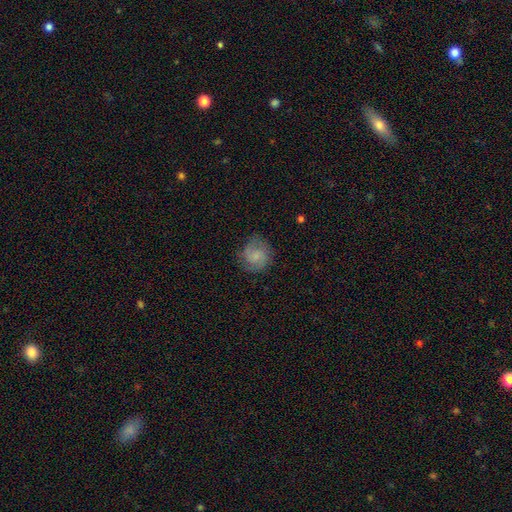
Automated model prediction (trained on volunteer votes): Smooth or featured?
  - smooth: 59% *
  - featured or disk: 32%
  - star or artifact: 8%
How rounded?
  - round: 85% *
  - in between: 14%
  - cigar-shaped: 1%
Merging?
  - none: 71% *
  - minor disturbance: 20%
  - major disturbance: 8%
  - merger: 1%